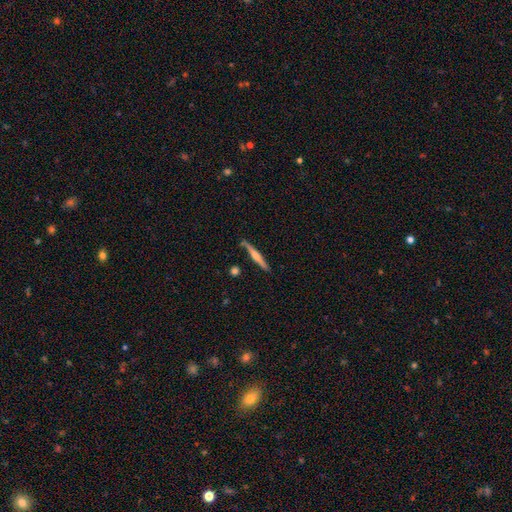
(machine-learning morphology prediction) smooth_or_featured: featured or disk (p=0.62) [alt: smooth p=0.32]
disk_edge_on: yes (p=0.97) [alt: no p=0.03]
edge_on_bulge: rounded (p=0.79) [alt: none p=0.13]
merging: none (p=0.83) [alt: minor disturbance p=0.12]